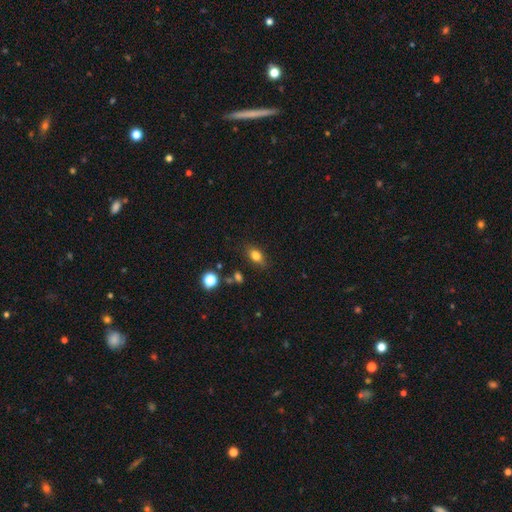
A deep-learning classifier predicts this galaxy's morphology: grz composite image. It shows a smooth galaxy with no disk features (79%) that is in between round and cigar-shaped (78%). Merging: none (78%).